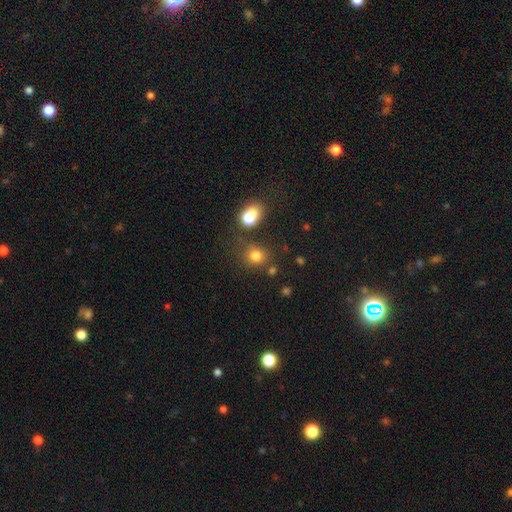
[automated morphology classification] smooth-or-featured: smooth: 77% | star or artifact: 16% | featured or disk: 8%
  how-rounded: round: 77% | in between: 22% | cigar-shaped: 1%
  merging: none: 68% | merger: 16% | minor disturbance: 11% | major disturbance: 5%